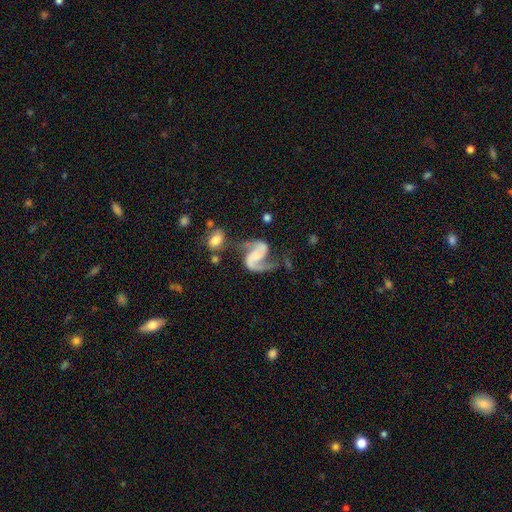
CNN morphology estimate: This is clearly a featured or disk galaxy (89%). It is clearly not viewed edge-on (98%). Bar: marginally no (42%). Spiral arm pattern: clearly yes (97%). Spiral arm count: clearly 2 (89%). Spiral winding: possibly loose (51%). Central bulge: possibly none (47%). Merging: possibly none (50%).